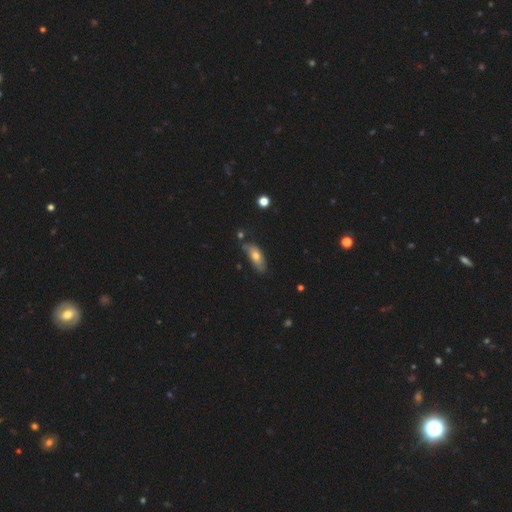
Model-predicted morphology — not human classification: Smooth or featured?
  - smooth: 63% *
  - featured or disk: 29%
  - star or artifact: 8%
How rounded?
  - in between: 79% *
  - cigar-shaped: 18%
  - round: 3%
Merging?
  - none: 62% *
  - minor disturbance: 26%
  - major disturbance: 6%
  - merger: 6%